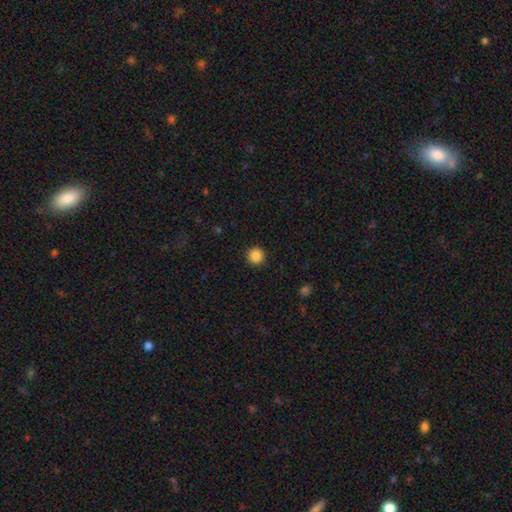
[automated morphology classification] This appears to be a smooth galaxy with no disk features (87%) that is round (95%). Merging: none (92%).